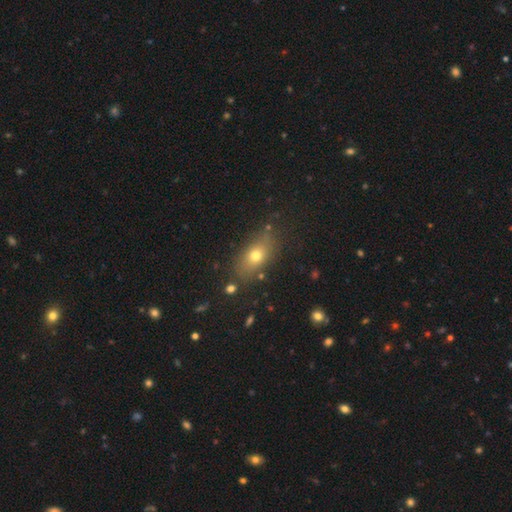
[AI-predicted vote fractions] Smooth or featured? Predicted: smooth (p=0.70). How rounded? Predicted: in between (p=0.75). Merging? Predicted: none (p=0.79).